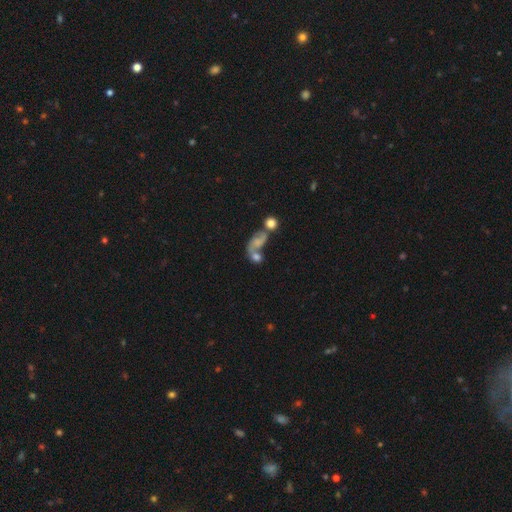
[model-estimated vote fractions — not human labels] Overall: featured or disk (46%; smooth 40%). Merging: merger (56%; none 22%).